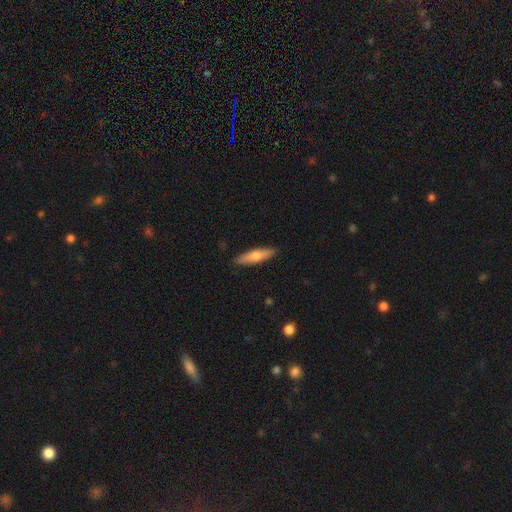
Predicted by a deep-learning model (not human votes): The model was most divided on "smooth or featured": smooth: 64%, featured or disk: 31%, star or artifact: 5%. More confident: merging — none (89%); how rounded — cigar-shaped (70%).